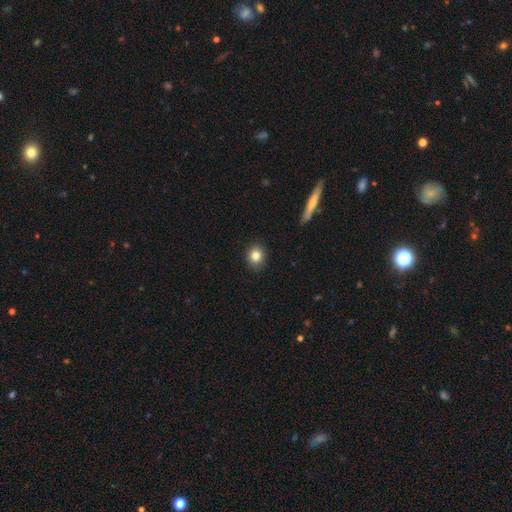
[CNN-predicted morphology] type=smooth (83%); roundness=round (72%); merging=none (89%).